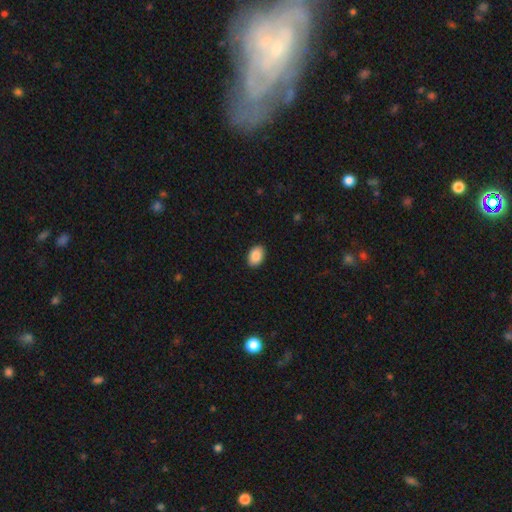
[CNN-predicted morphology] Smooth or featured: smooth — 90% (star or artifact — 7%)
How rounded: in between — 87% (round — 12%)
Merging: none — 90% (minor disturbance — 7%)